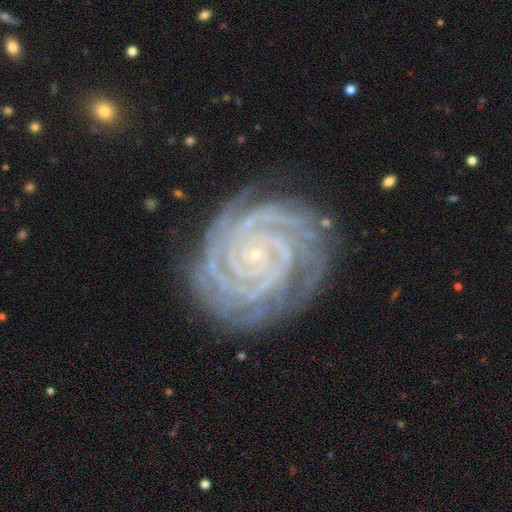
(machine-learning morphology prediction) smooth_or_featured: featured or disk (p=0.92) [alt: star or artifact p=0.05]
disk_edge_on: no (p=0.98) [alt: yes p=0.02]
bar: no (p=0.73) [alt: weak p=0.16]
has_spiral_arms: yes (p=0.99) [alt: no p=0.01]
spiral_winding: tight (p=0.90) [alt: medium p=0.08]
spiral_arm_count: 2 (p=0.24) [alt: 3 p=0.22]
bulge_size: small (p=0.91) [alt: moderate p=0.05]
merging: none (p=0.81) [alt: minor disturbance p=0.13]